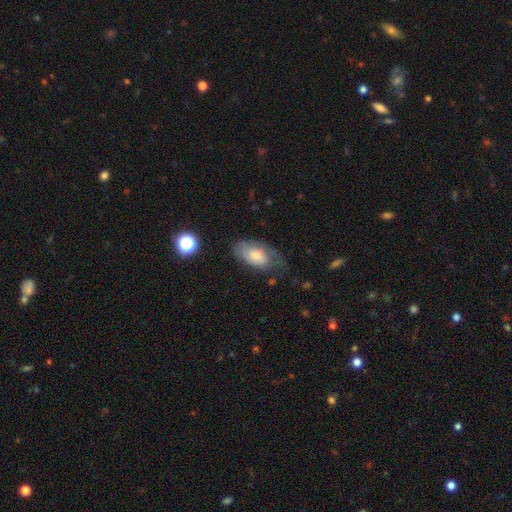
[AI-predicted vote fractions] Smooth or featured? smooth (62%)
How rounded? in between (92%)
Merging? none (50%)